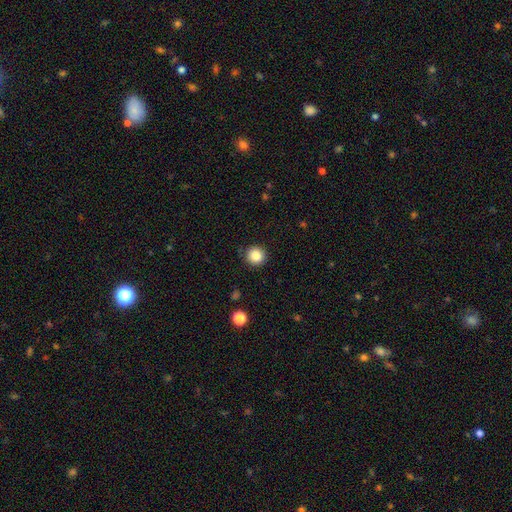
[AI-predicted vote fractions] smooth-or-featured: smooth: 86% | star or artifact: 10% | featured or disk: 4%
  how-rounded: round: 94% | in between: 6% | cigar-shaped: 1%
  merging: none: 88% | minor disturbance: 8% | major disturbance: 2% | merger: 1%